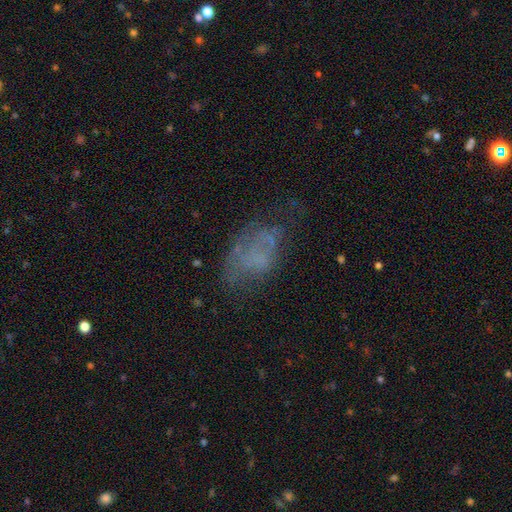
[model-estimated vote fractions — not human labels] This is marginally a smooth galaxy (43%). Merging: marginally none (42%).